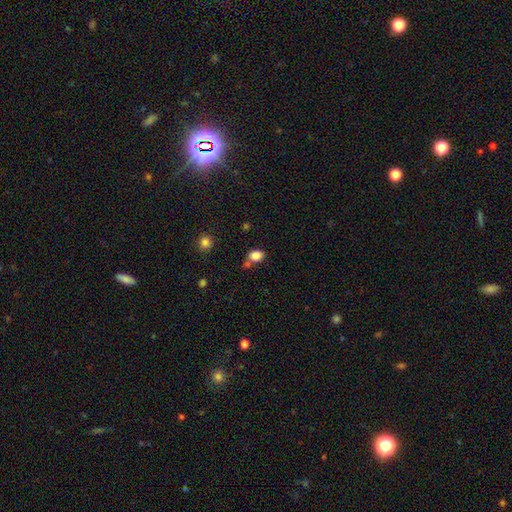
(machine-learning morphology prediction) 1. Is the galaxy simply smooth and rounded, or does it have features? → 84% smooth, 10% star or artifact, 6% featured or disk.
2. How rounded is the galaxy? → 73% in between, 26% round, 1% cigar-shaped.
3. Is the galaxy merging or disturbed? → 57% none, 22% merger, 16% minor disturbance, 5% major disturbance.